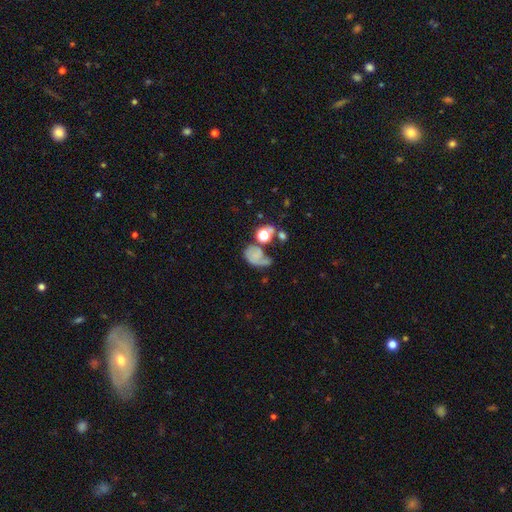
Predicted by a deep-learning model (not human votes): Q: Smooth or featured?
A: smooth (46%); runner-up: featured or disk (36%)
Q: Merging?
A: major disturbance (35%); runner-up: none (26%)